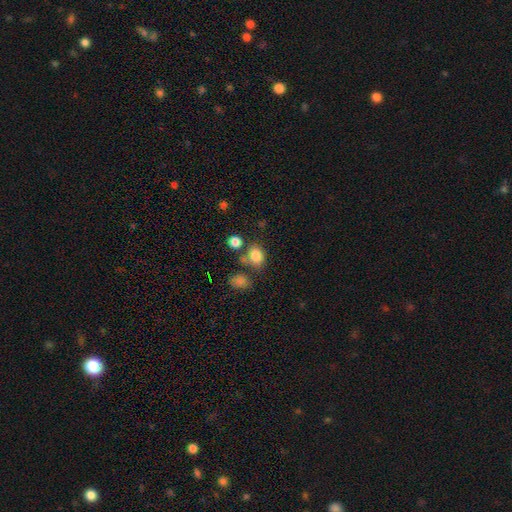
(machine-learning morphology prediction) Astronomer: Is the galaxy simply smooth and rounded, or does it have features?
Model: smooth — 82%.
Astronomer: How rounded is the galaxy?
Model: in between — 54% (runner-up: round, 45%).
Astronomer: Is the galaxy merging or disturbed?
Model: none — 59%.